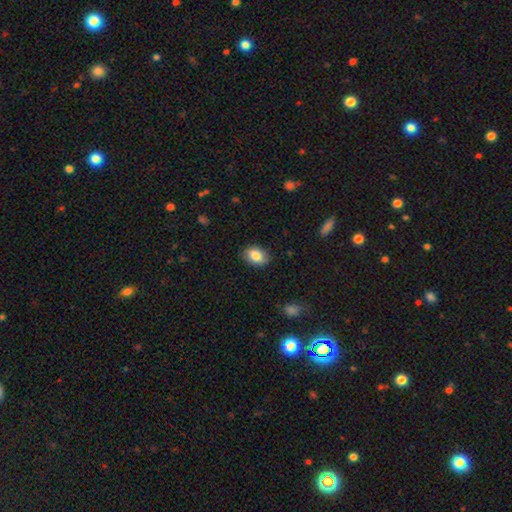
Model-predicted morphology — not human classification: smooth-or-featured: smooth: 83% | featured or disk: 9% | star or artifact: 7%
  how-rounded: in between: 80% | round: 19% | cigar-shaped: 1%
  merging: none: 86% | minor disturbance: 10% | major disturbance: 2% | merger: 1%